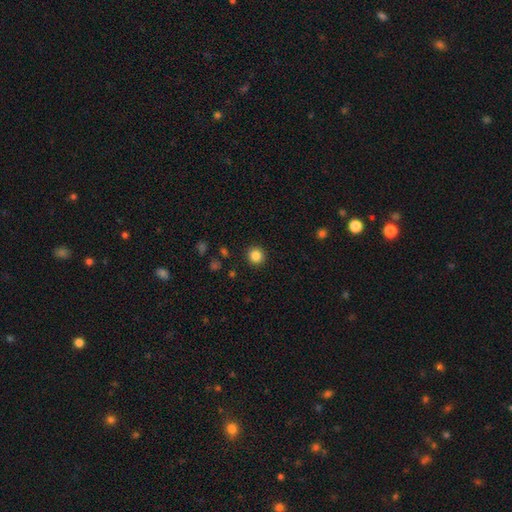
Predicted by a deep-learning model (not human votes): Q: Smooth or featured?
A: smooth (85%); runner-up: star or artifact (11%)
Q: How rounded?
A: round (93%); runner-up: in between (6%)
Q: Merging?
A: none (92%); runner-up: minor disturbance (5%)